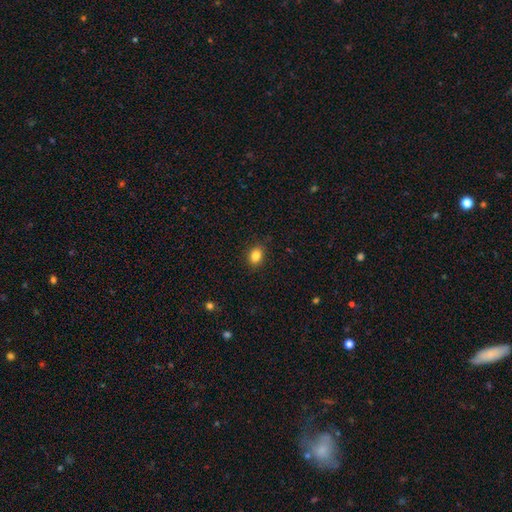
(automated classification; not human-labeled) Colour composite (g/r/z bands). It shows a smooth galaxy with no disk features (84%) that is in between round and cigar-shaped (66%). Merging: none (87%).